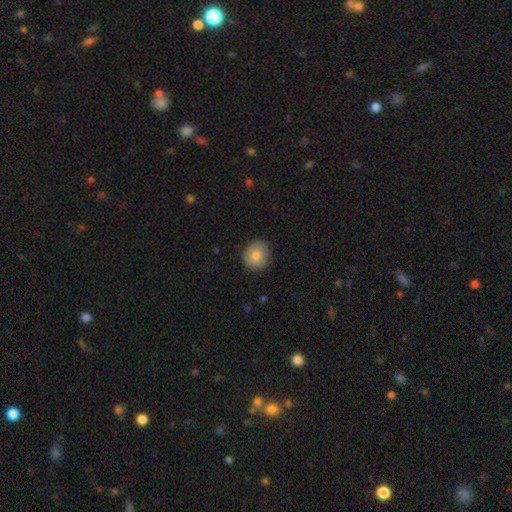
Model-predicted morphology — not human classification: A smooth galaxy with no disk features (81%) that is round (82%). Merging: none (86%).